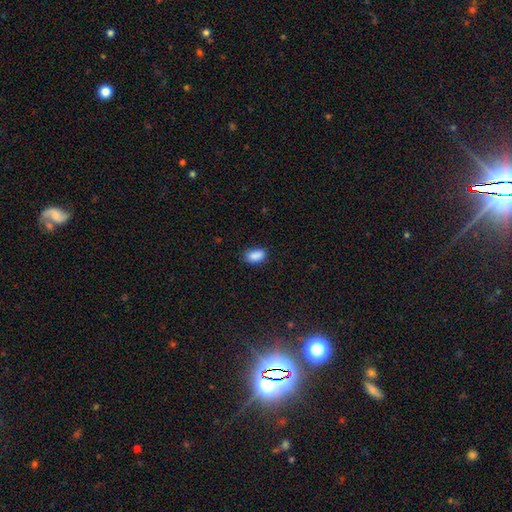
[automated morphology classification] smooth 89%, star or artifact 8%, featured or disk 3%. Down the decision tree: how rounded — in between (90%); merging — none (82%).